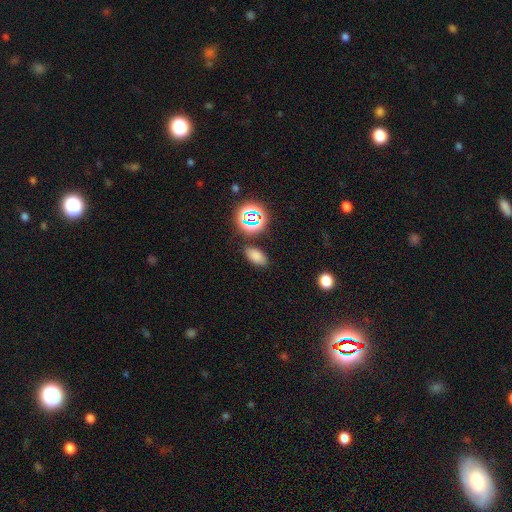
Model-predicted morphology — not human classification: type=smooth (73%); roundness=in between (89%); merging=none (84%).